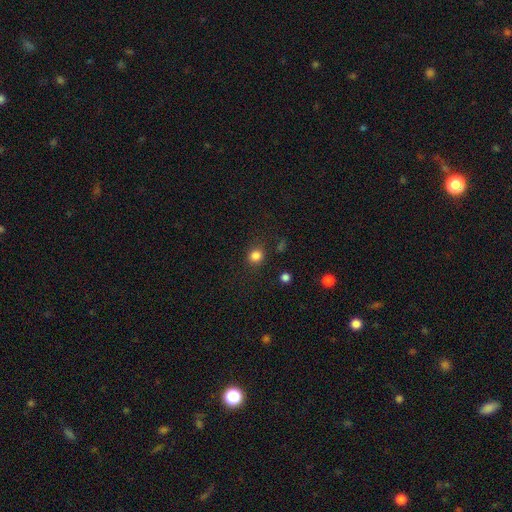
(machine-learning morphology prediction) smooth_or_featured: smooth (p=0.83) [alt: star or artifact p=0.13]
how_rounded: round (p=0.85) [alt: in between p=0.14]
merging: none (p=0.85) [alt: minor disturbance p=0.09]